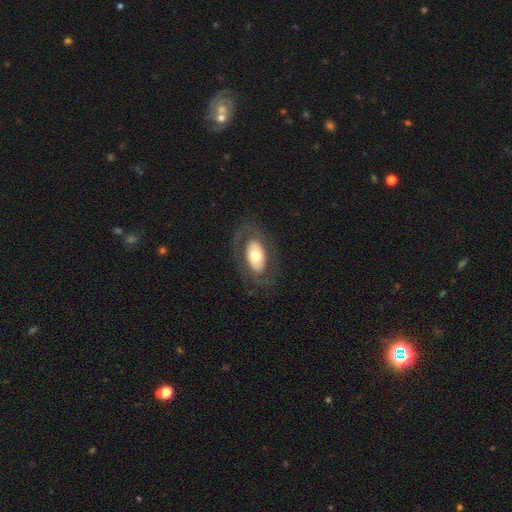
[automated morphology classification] A featured or disk galaxy (53%).

Vote fractions:
- Smooth or featured? featured or disk: 53% / smooth: 41% / star or artifact: 6%
- Edge-on disk? no: 91% / yes: 9%
- Merging? none: 74% / minor disturbance: 13% / major disturbance: 12% / merger: 1%